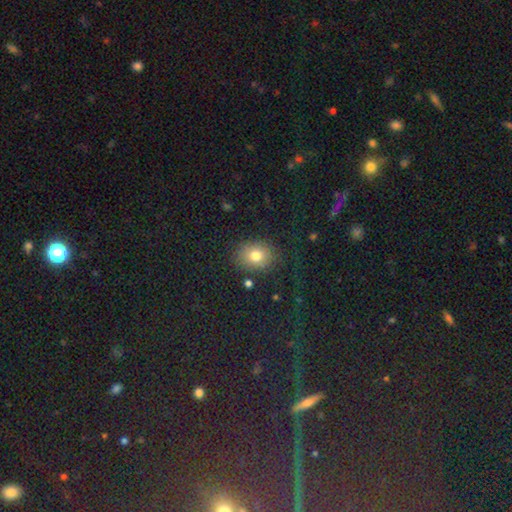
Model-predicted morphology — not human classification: The model was most divided on "how rounded": round: 57%, in between: 42%, cigar-shaped: 1%. More confident: merging — none (81%); smooth or featured — smooth (77%).